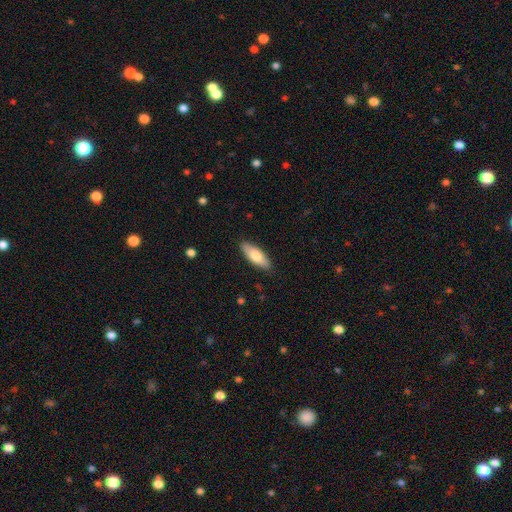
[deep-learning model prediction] Q: Smooth or featured?
A: smooth (77%); runner-up: featured or disk (18%)
Q: How rounded?
A: in between (71%); runner-up: cigar-shaped (27%)
Q: Merging?
A: none (88%); runner-up: minor disturbance (9%)